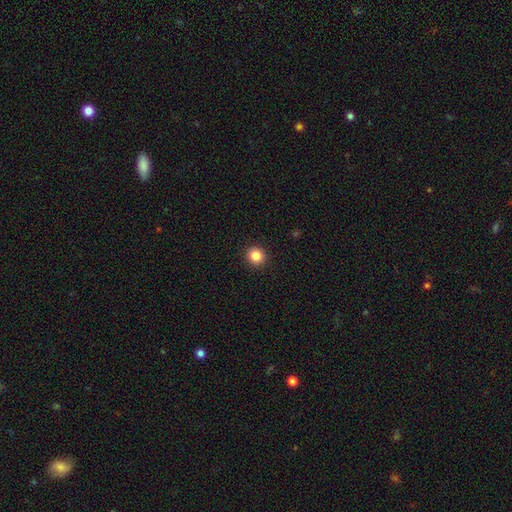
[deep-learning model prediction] Q: Smooth or featured?
A: smooth (85%); runner-up: star or artifact (10%)
Q: How rounded?
A: round (90%); runner-up: in between (9%)
Q: Merging?
A: none (93%); runner-up: minor disturbance (5%)